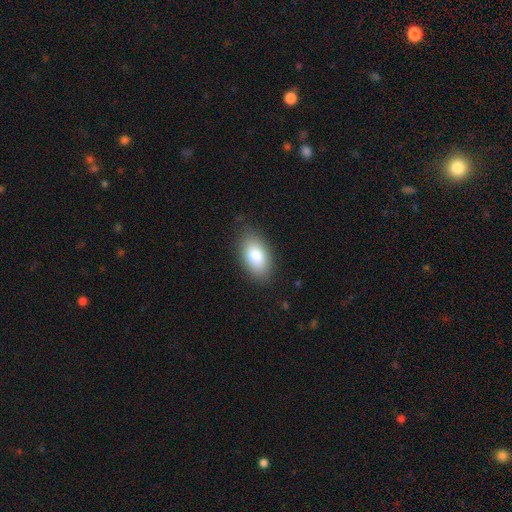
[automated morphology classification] Q: Smooth or featured?
A: smooth (83%); runner-up: featured or disk (10%)
Q: How rounded?
A: in between (93%); runner-up: round (5%)
Q: Merging?
A: none (84%); runner-up: minor disturbance (12%)